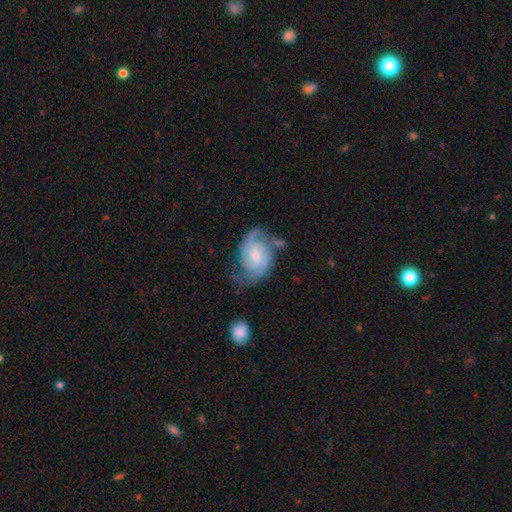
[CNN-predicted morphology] Smooth or featured: featured or disk — 85% (smooth — 10%)
Edge-on disk: no — 98% (yes — 2%)
Bar: no — 64% (weak — 31%)
Spiral arms: yes — 96% (no — 4%)
Spiral winding: medium — 45% (tight — 38%)
Spiral arm count: 2 — 79% (can't tell — 8%)
Bulge size: moderate — 46% (small — 43%)
Merging: none — 59% (minor disturbance — 23%)